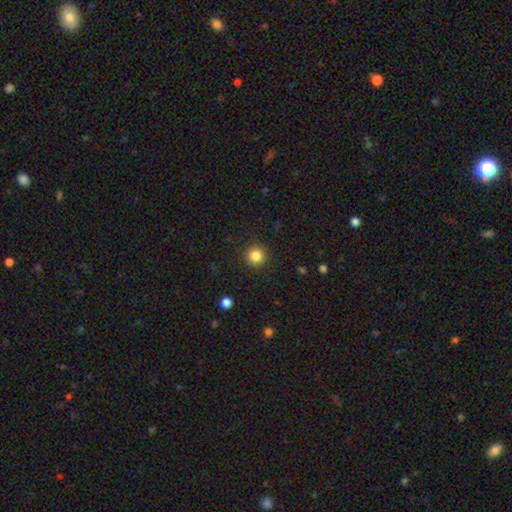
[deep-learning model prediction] Morphology: type=smooth (84%); roundness=round (95%); merging=none (91%).